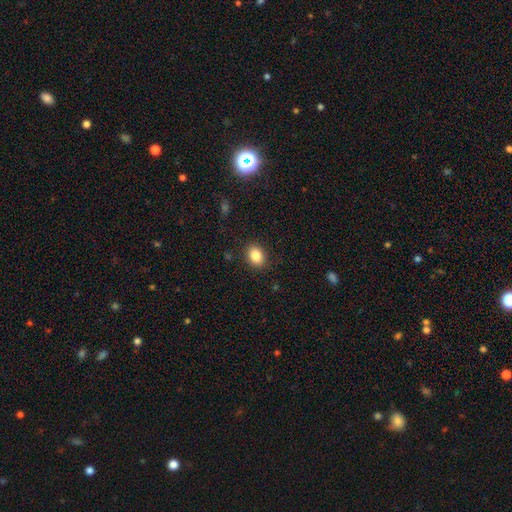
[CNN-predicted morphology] This is clearly a smooth galaxy (85%). How rounded: likely in between (66%). Merging: clearly none (87%).